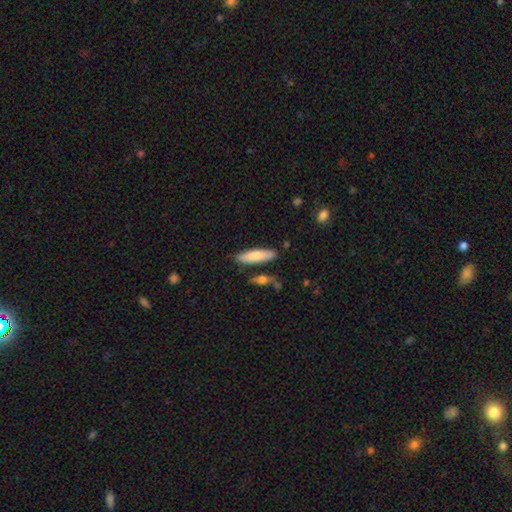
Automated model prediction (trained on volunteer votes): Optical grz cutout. It shows a smooth galaxy with no disk features (79%) that is cigar-shaped (66%). Merging: none (81%).